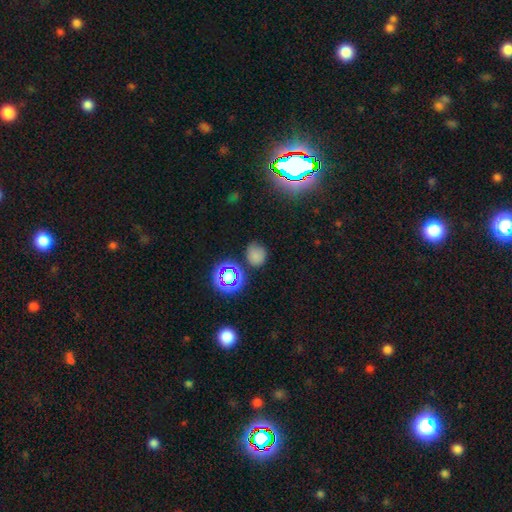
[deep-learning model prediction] The model was most divided on "smooth or featured": smooth: 69%, star or artifact: 24%, featured or disk: 7%. More confident: merging — none (76%); how rounded — round (75%).